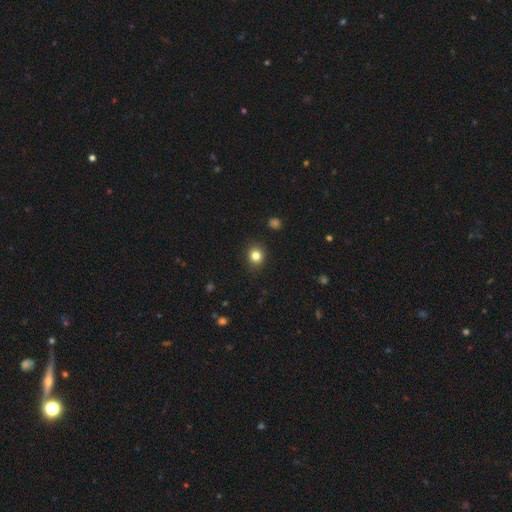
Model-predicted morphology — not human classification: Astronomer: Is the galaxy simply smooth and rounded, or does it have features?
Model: smooth — 82%.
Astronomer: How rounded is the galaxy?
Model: round — 77%.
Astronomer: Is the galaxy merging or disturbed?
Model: none — 89%.